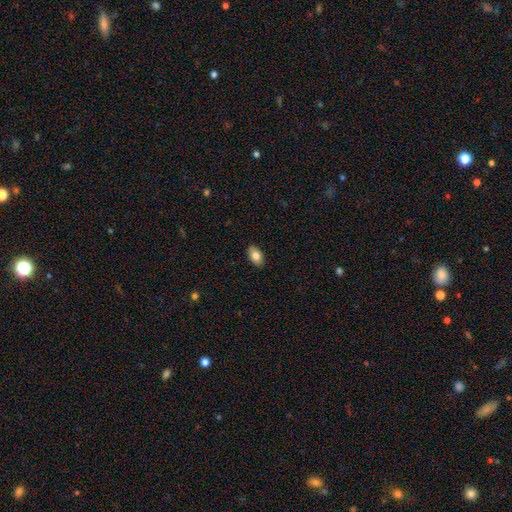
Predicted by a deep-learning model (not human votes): This is clearly a smooth galaxy (81%). How rounded: clearly in between (91%). Merging: clearly none (89%).